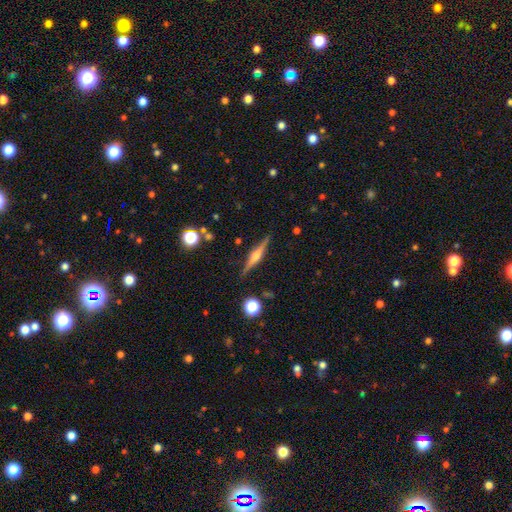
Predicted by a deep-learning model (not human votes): This appears to be a featured or disk galaxy (71%) viewed edge-on (97%) with a rounded central bulge (80%). Merging: none (88%).